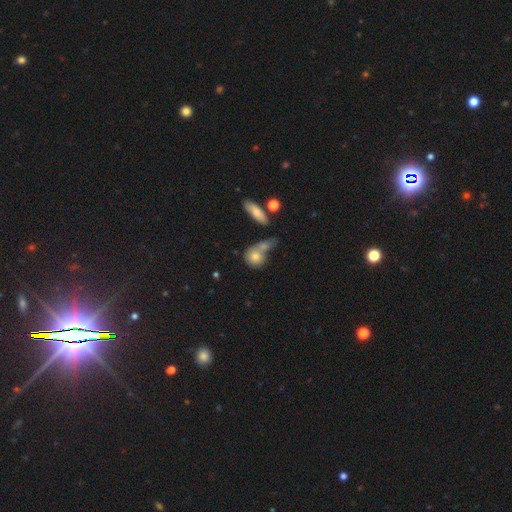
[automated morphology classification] The model was most divided on "merging": merger: 41%, none: 38%, minor disturbance: 13%, major disturbance: 8%. More confident: smooth or featured — smooth (74%); how rounded — round (62%).